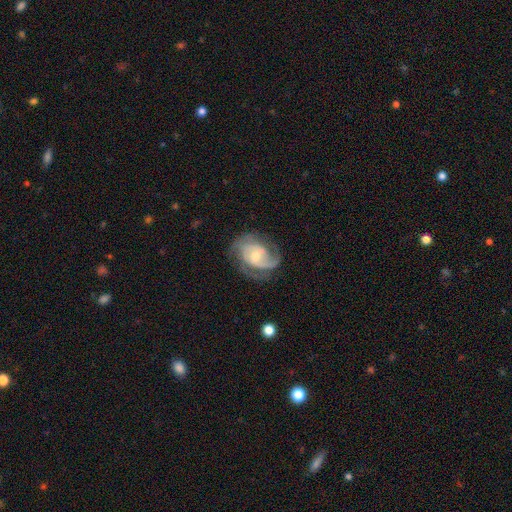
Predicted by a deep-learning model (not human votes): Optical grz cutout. It shows a featured or disk galaxy (84%) with no bar (60%), 2 (55%) medium (46%) spiral arms (95%) and a moderate central bulge (49%). Merging: none (64%).